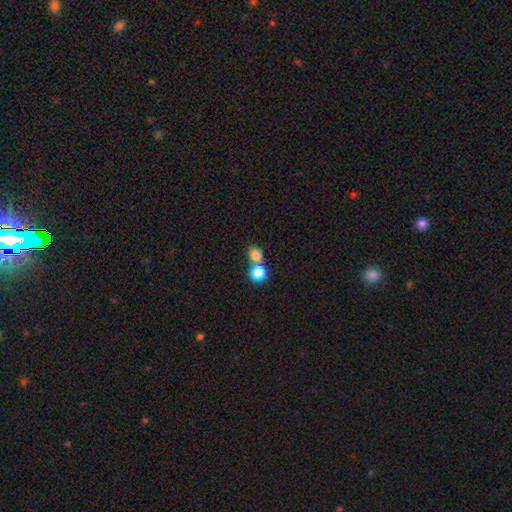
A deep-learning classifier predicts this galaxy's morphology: Smooth or featured? smooth (81%)
How rounded? round (53%)
Merging? merger (52%)